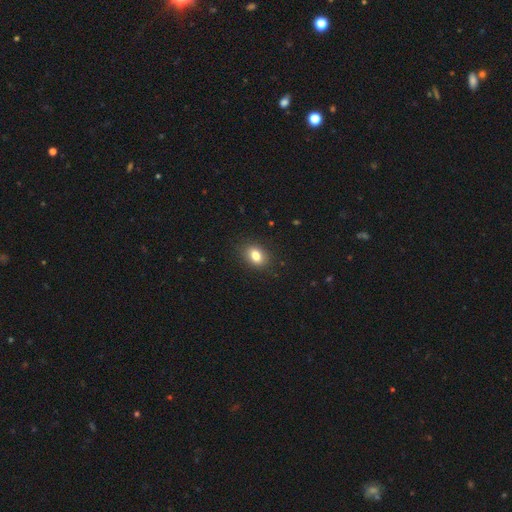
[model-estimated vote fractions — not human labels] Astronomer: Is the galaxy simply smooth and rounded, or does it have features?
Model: smooth — 81%.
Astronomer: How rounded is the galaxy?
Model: in between — 76%.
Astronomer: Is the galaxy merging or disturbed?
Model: none — 87%.